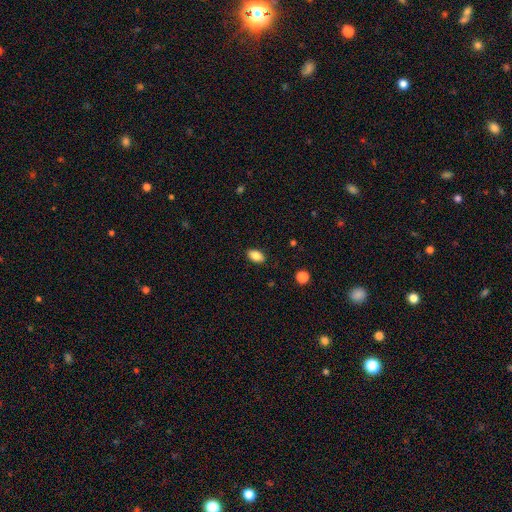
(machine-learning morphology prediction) Smooth or featured? Predicted: smooth (p=0.85). How rounded? Predicted: in between (p=0.90). Merging? Predicted: none (p=0.88).